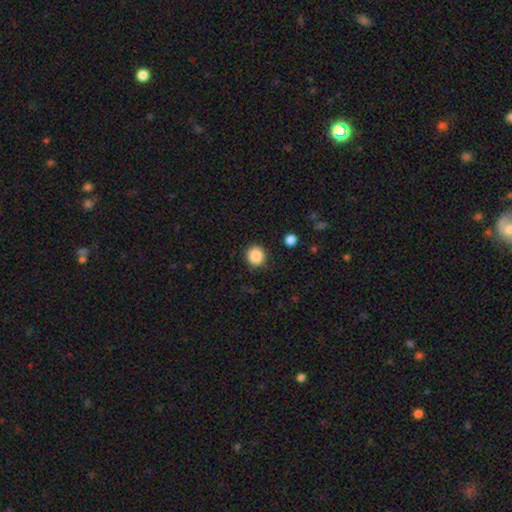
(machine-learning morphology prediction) Overall: smooth (88%). How rounded: round (87%). Merging: none (88%).